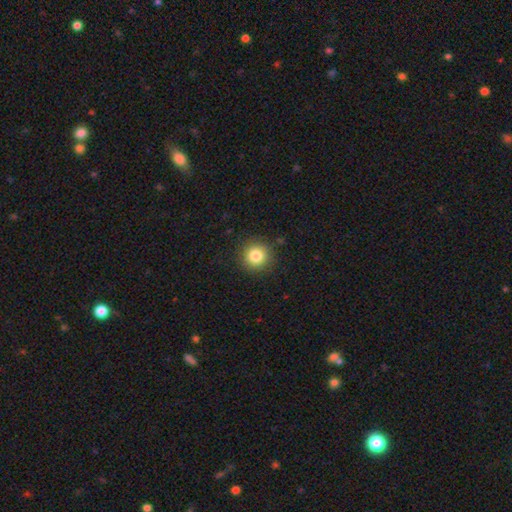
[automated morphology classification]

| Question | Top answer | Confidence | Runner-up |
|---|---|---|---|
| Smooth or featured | smooth | 82% | star or artifact (11%) |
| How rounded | round | 95% | in between (4%) |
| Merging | none | 89% | minor disturbance (7%) |